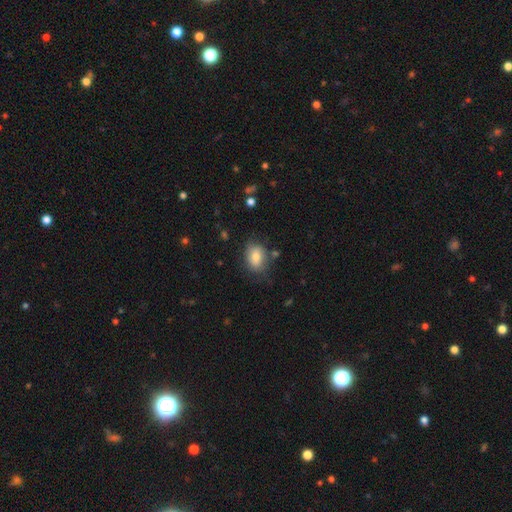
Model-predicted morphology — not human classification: The model was most divided on "merging": none: 70%, minor disturbance: 20%, major disturbance: 6%, merger: 3%. More confident: smooth or featured — smooth (77%); how rounded — in between (76%).